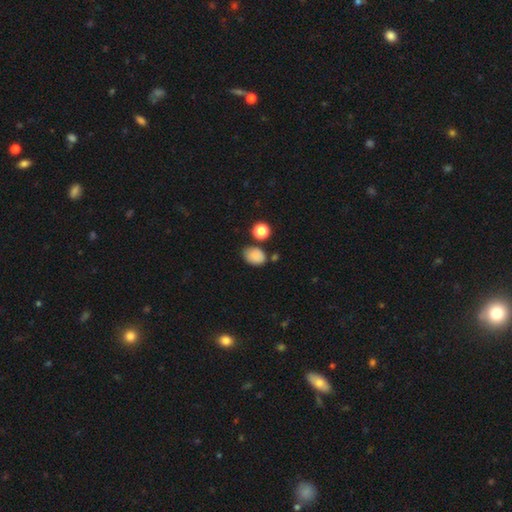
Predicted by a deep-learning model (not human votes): The model was most divided on "how rounded": in between: 69%, round: 30%, cigar-shaped: 1%. More confident: smooth or featured — smooth (84%); merging — none (67%).